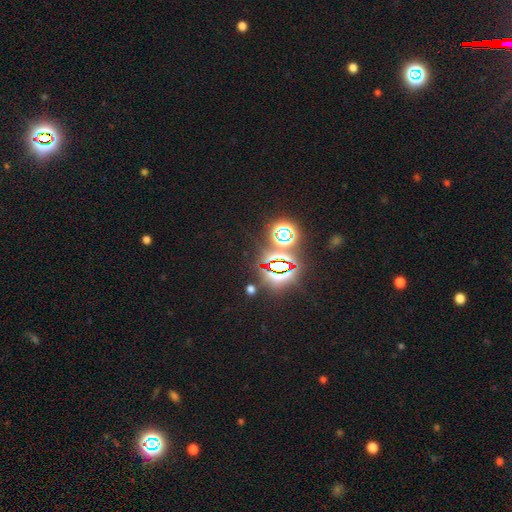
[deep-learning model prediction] Morphology: type=star or artifact (79%).